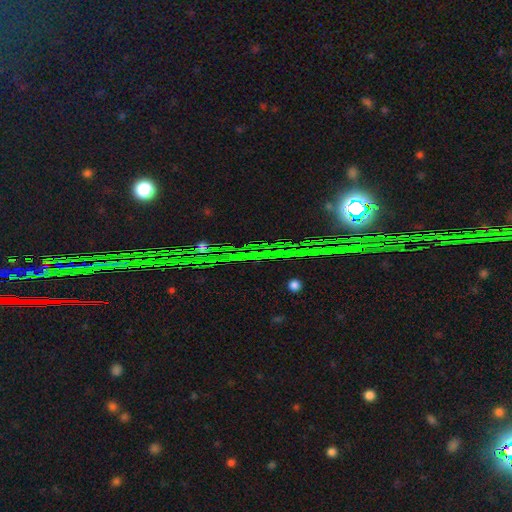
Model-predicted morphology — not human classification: smooth_or_featured: star or artifact (p=0.80) [alt: featured or disk p=0.10]